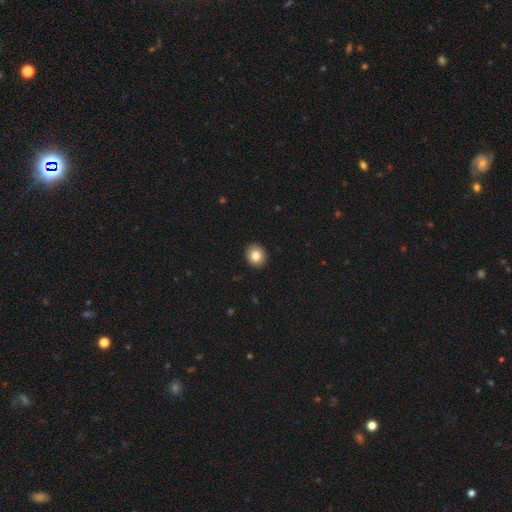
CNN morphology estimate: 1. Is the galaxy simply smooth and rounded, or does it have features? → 84% smooth, 9% star or artifact, 7% featured or disk.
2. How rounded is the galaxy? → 78% round, 21% in between, 1% cigar-shaped.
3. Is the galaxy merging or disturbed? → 92% none, 5% minor disturbance, 1% major disturbance, 1% merger.